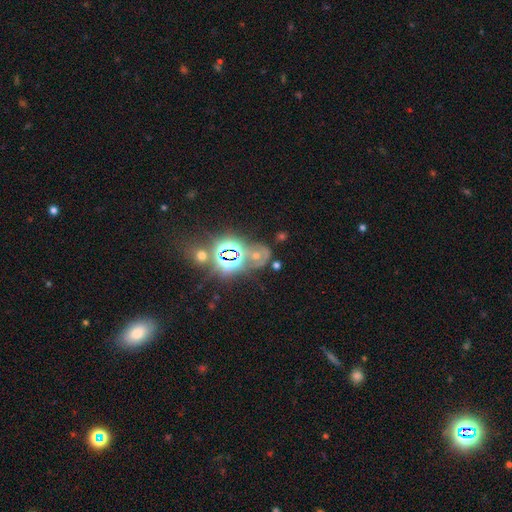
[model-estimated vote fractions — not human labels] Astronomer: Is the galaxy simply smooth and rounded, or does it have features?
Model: star or artifact — 46% (runner-up: featured or disk, 28%).